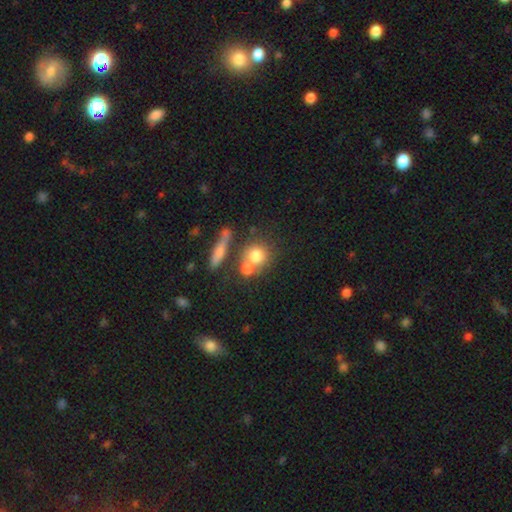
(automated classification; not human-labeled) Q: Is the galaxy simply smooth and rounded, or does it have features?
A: smooth — 73%.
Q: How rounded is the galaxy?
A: round — 78%.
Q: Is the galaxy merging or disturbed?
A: none — 47%.